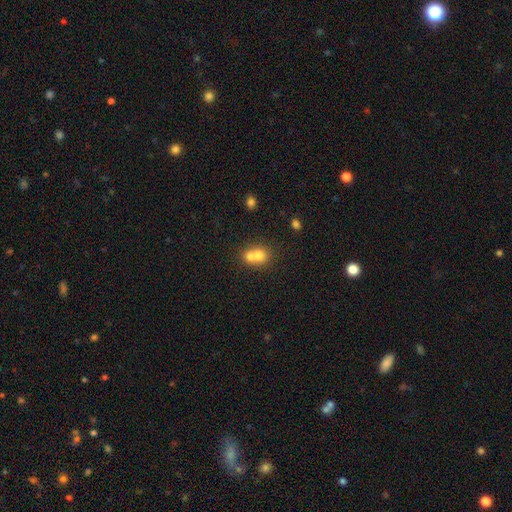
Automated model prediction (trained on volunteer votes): Smooth or featured? smooth (71%)
How rounded? round (67%)
Merging? merger (67%)